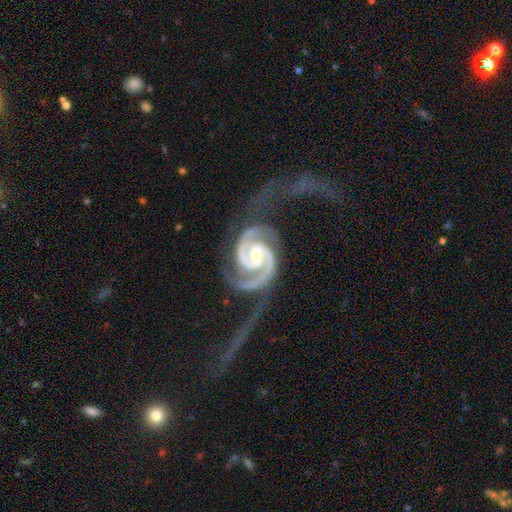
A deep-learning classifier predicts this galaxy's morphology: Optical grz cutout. It shows a featured or disk galaxy (95%) with a weak bar (48%), 2 (91%) medium (46%) spiral arms (99%) and a moderate central bulge (48%). Merging: none (38%, tied with major disturbance).